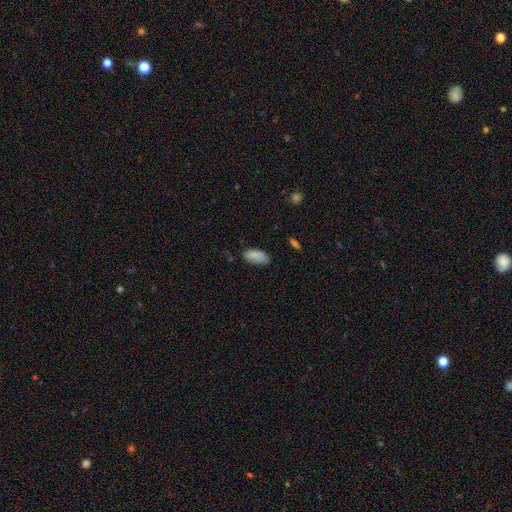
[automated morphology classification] This appears to be a smooth galaxy with no disk features (85%) that is in between round and cigar-shaped (92%). Merging: none (71%).